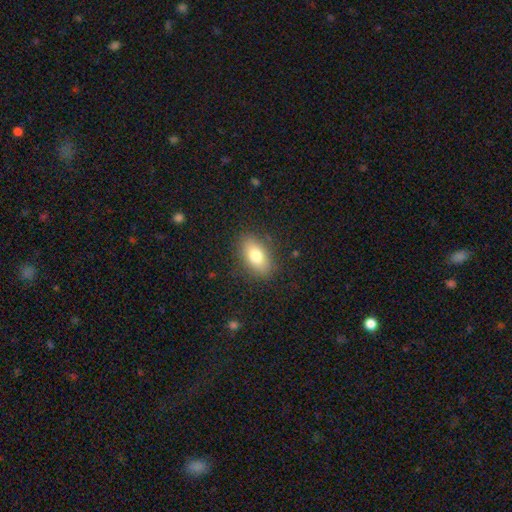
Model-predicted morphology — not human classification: A smooth galaxy with no disk features (77%) that is in between round and cigar-shaped (88%).

Vote fractions:
- Smooth or featured? smooth: 77% / featured or disk: 15% / star or artifact: 8%
- How rounded? in between: 88% / round: 7% / cigar-shaped: 5%
- Merging? none: 86% / minor disturbance: 10% / major disturbance: 3% / merger: 1%